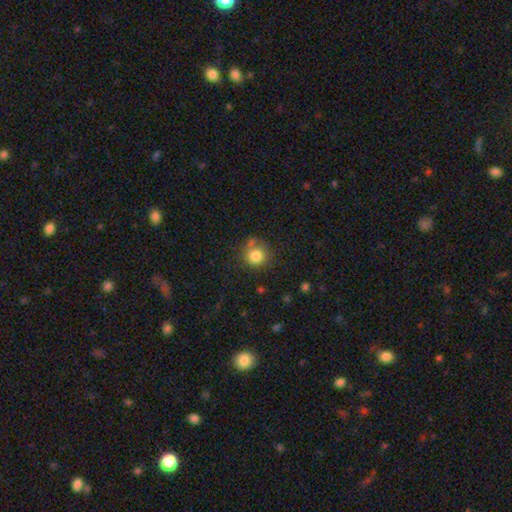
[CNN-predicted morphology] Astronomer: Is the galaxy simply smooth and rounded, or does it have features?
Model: smooth — 81%.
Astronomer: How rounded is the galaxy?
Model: round — 90%.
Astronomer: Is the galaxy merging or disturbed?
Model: none — 64%.